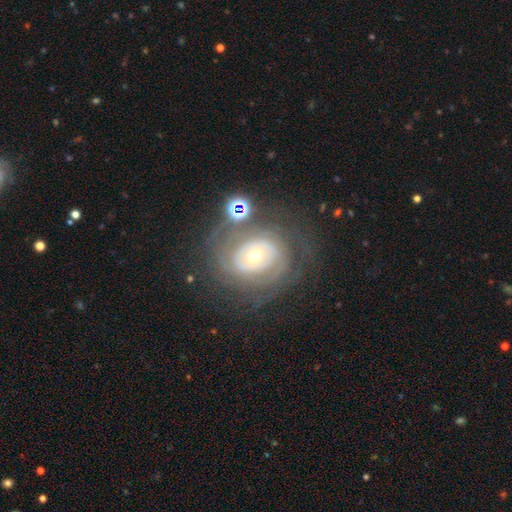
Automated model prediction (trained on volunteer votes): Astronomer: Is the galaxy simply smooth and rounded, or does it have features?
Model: featured or disk — 78%.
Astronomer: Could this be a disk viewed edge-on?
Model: no — 97%.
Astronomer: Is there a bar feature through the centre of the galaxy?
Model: no — 73%.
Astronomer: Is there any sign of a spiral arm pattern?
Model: yes — 78%.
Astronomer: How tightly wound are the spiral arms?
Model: tight — 73%.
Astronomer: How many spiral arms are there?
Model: can't tell — 46% (runner-up: 2, 26%).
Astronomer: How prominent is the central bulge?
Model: moderate — 48% (runner-up: small, 46%).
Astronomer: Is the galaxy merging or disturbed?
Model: none — 67%.